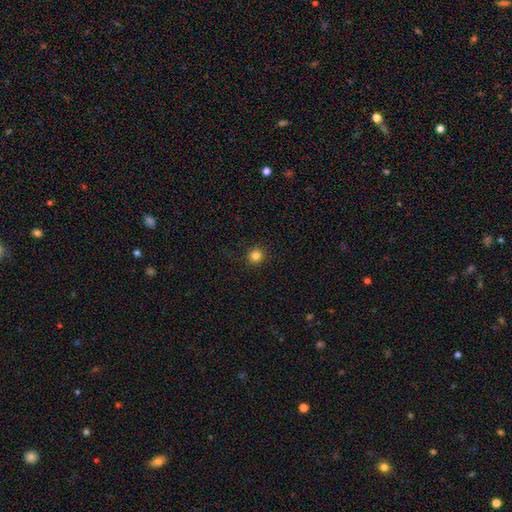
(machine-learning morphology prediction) Smooth or featured? Predicted: smooth (p=0.82). How rounded? Predicted: round (p=0.94). Merging? Predicted: none (p=0.92).